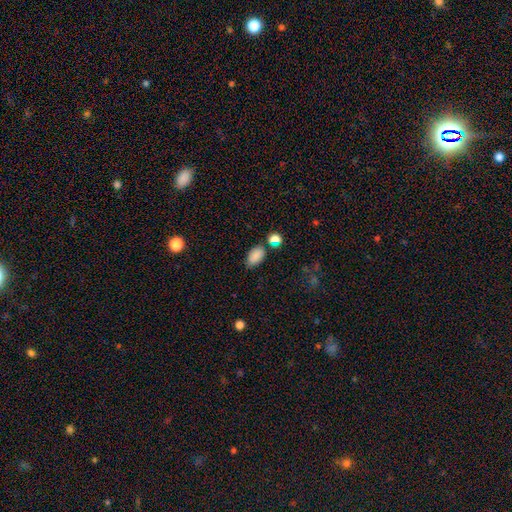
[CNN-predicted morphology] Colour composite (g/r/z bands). It shows a smooth galaxy with no disk features (86%) that is in between round and cigar-shaped (92%). Merging: none (74%).